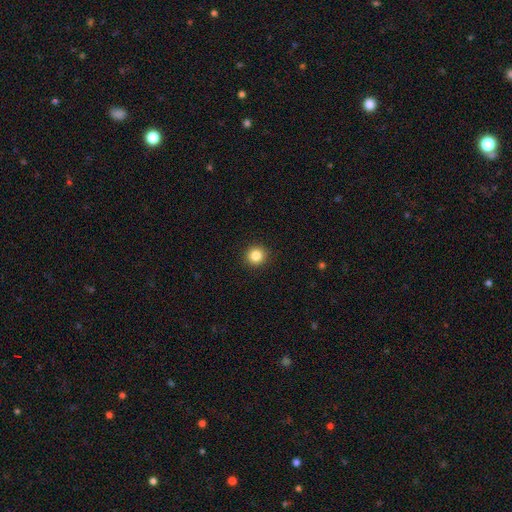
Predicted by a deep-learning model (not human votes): Morphology: type=smooth (85%); roundness=round (93%); merging=none (93%).